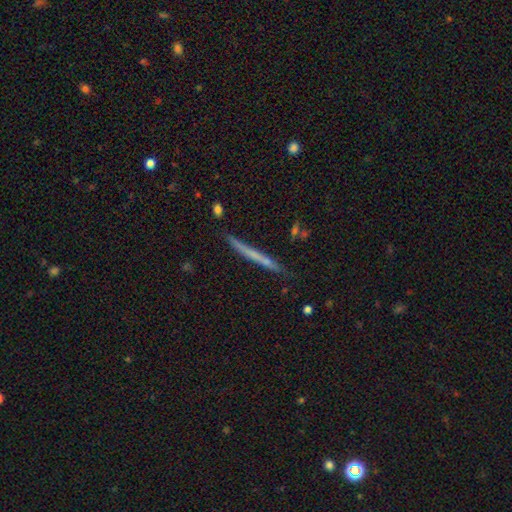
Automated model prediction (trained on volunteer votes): Smooth or featured?
  - featured or disk: 48% *
  - smooth: 45%
  - star or artifact: 7%
Merging?
  - none: 86% *
  - minor disturbance: 10%
  - major disturbance: 2%
  - merger: 2%